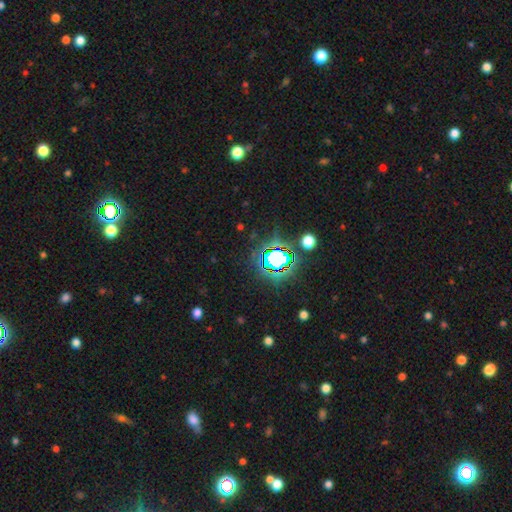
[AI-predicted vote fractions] This appears to be a star or artifact, not a galaxy (81%).